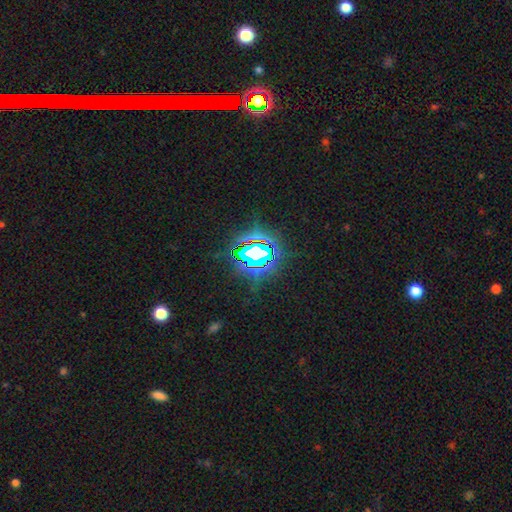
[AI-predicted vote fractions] star or artifact 76%, smooth 13%, featured or disk 11%.